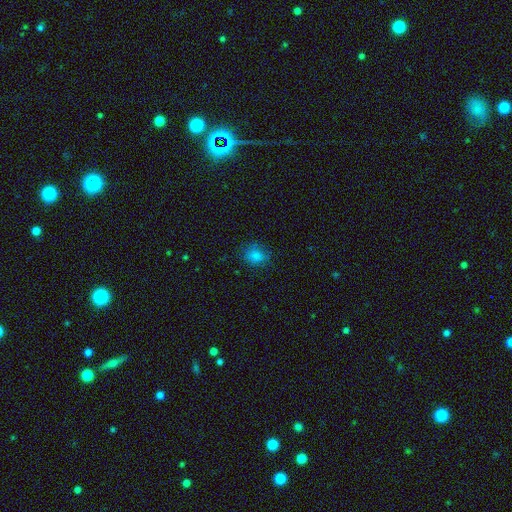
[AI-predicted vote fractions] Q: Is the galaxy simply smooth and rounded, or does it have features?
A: smooth — 80%.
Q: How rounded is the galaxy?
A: round — 69%.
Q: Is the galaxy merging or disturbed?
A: none — 79%.